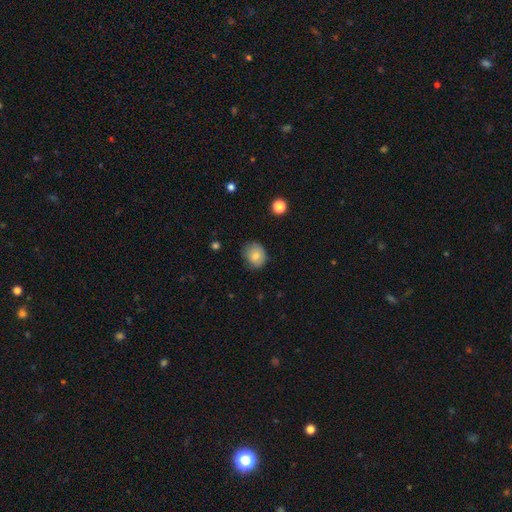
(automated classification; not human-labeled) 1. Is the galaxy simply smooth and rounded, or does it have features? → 81% smooth, 10% featured or disk, 9% star or artifact.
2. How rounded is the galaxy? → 67% round, 33% in between, 1% cigar-shaped.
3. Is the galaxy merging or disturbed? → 73% none, 21% minor disturbance, 4% major disturbance, 1% merger.